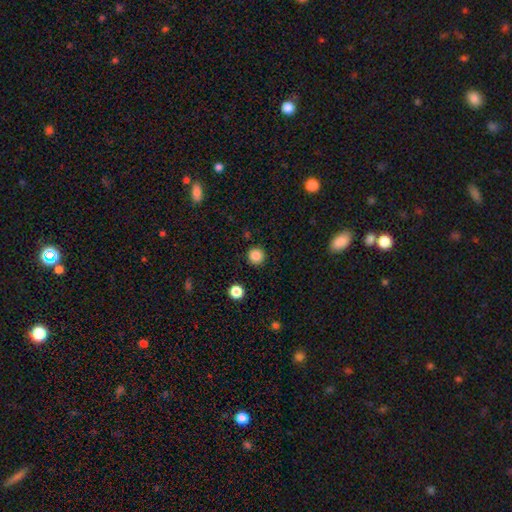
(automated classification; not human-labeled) A smooth galaxy with no disk features (85%) that is round (96%).

Vote fractions:
- Smooth or featured? smooth: 85% / star or artifact: 11% / featured or disk: 4%
- How rounded? round: 96% / in between: 3% / cigar-shaped: 1%
- Merging? none: 93% / minor disturbance: 5% / major disturbance: 2% / merger: 1%